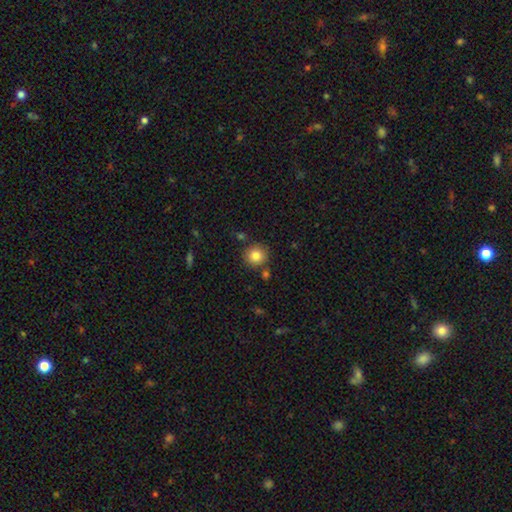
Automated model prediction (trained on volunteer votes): Morphology: type=smooth (84%); roundness=round (92%); merging=none (82%).